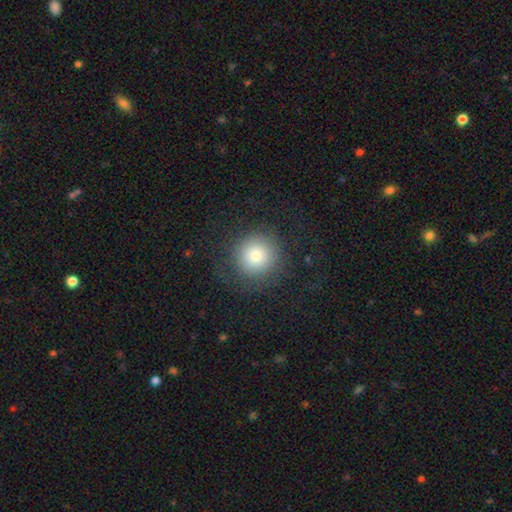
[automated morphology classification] This appears to be a smooth galaxy with no disk features (78%) that is round (93%). Merging: none (81%).